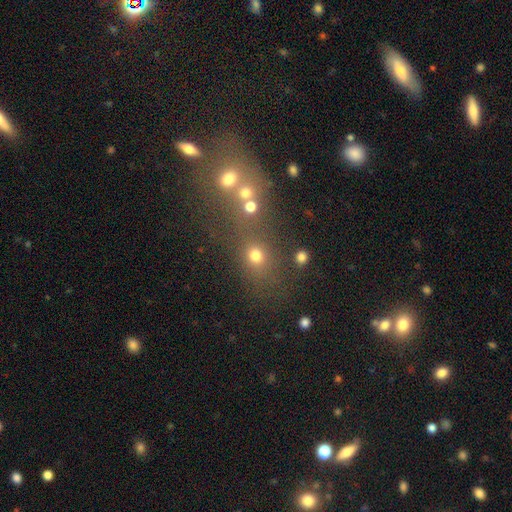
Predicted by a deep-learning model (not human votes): Q: Smooth or featured?
A: smooth (71%); runner-up: star or artifact (19%)
Q: How rounded?
A: round (70%); runner-up: in between (28%)
Q: Merging?
A: none (59%); runner-up: merger (22%)